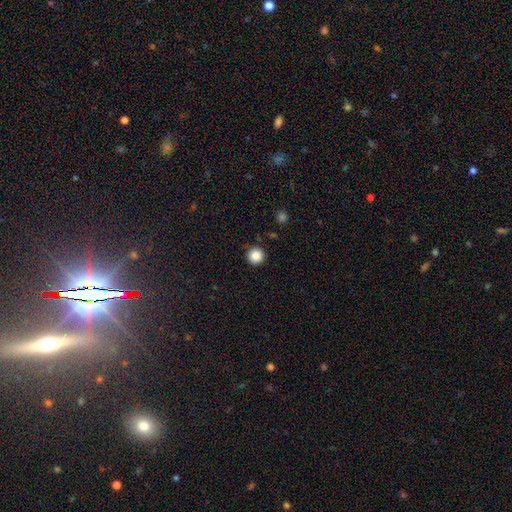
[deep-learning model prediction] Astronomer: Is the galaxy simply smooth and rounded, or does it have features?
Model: smooth — 86%.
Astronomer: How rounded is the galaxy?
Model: round — 96%.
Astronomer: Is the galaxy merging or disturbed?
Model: none — 92%.